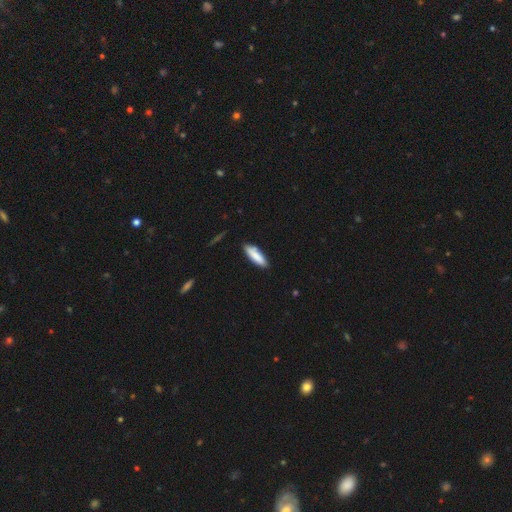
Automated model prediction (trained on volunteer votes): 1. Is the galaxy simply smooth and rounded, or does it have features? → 84% smooth, 10% featured or disk, 6% star or artifact.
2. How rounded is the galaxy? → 56% cigar-shaped, 43% in between, 1% round.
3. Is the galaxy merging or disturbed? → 82% none, 14% minor disturbance, 2% major disturbance, 2% merger.